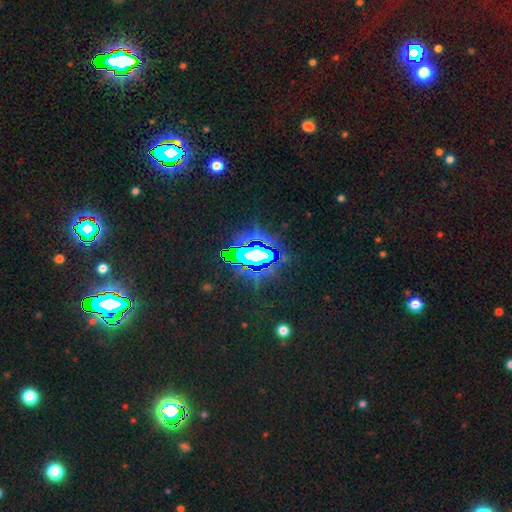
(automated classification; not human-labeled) star or artifact 74%, featured or disk 14%, smooth 12%.